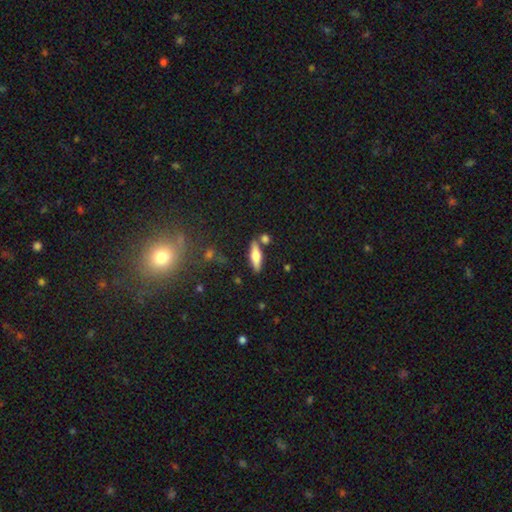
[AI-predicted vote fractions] This is possibly a smooth galaxy (55%). How rounded: possibly cigar-shaped (55%). Merging: likely none (80%).